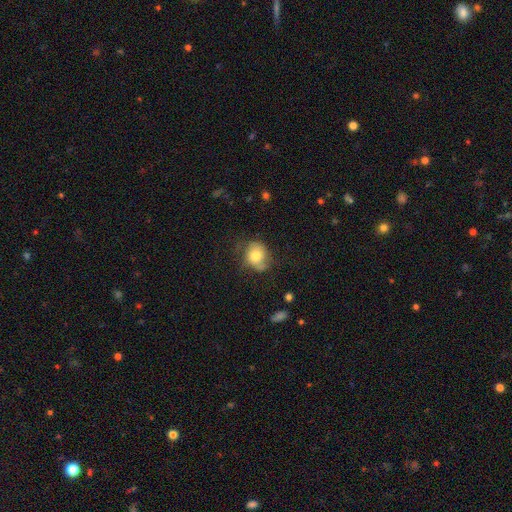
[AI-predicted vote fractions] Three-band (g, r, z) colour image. It shows a smooth galaxy with no disk features (68%) that is round (65%). Merging: none (56%).